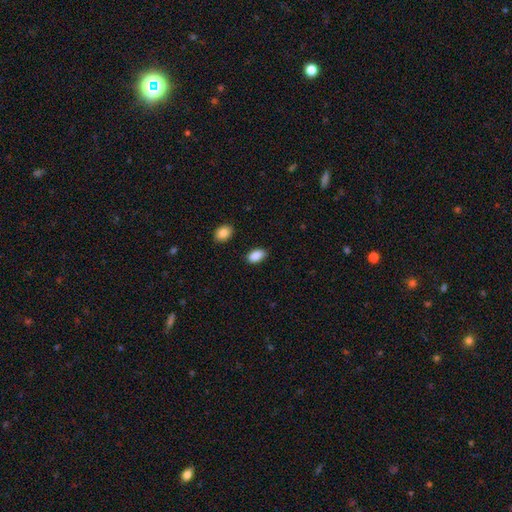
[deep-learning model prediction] Smooth or featured? smooth (89%)
How rounded? in between (93%)
Merging? none (87%)